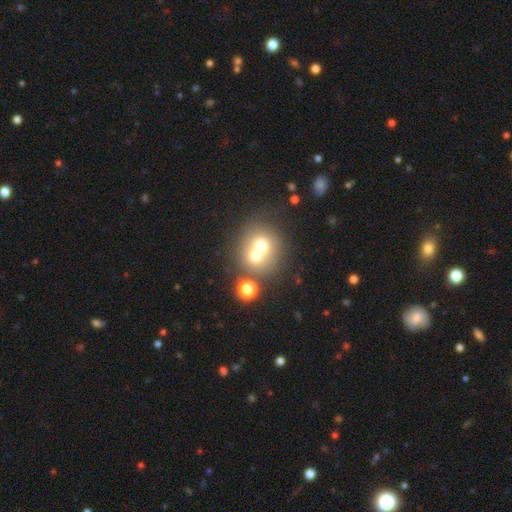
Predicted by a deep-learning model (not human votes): smooth_or_featured: smooth (p=0.64) [alt: featured or disk p=0.23]
how_rounded: round (p=0.82) [alt: in between p=0.17]
merging: merger (p=0.59) [alt: none p=0.32]